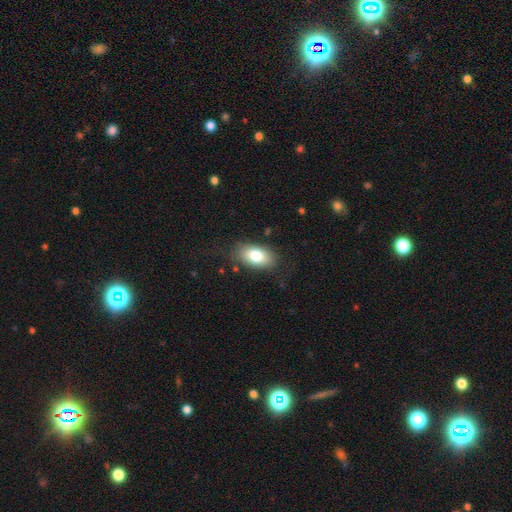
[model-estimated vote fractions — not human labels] This appears to be a smooth galaxy with no disk features (79%) that is in between round and cigar-shaped (92%). Merging: none (80%).